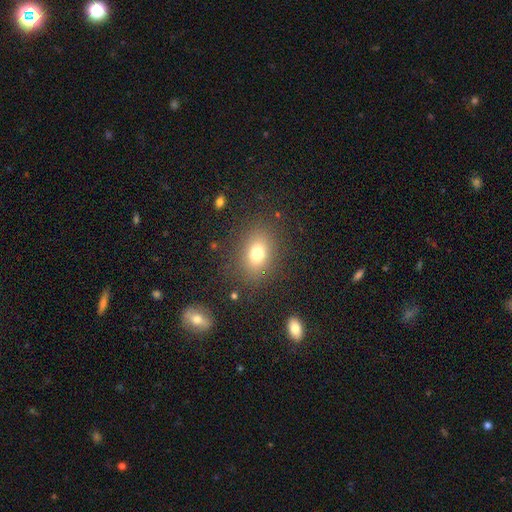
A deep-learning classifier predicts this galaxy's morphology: This appears to be a smooth galaxy with no disk features (75%) that is in between round and cigar-shaped (60%). Merging: none (84%).